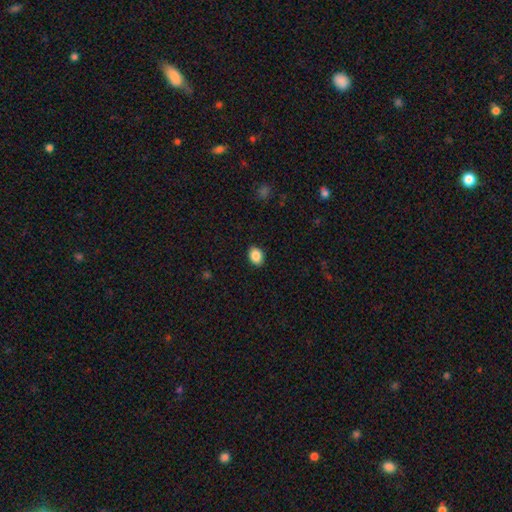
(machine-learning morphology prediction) Smooth or featured?
  - smooth: 88% *
  - star or artifact: 8%
  - featured or disk: 4%
How rounded?
  - in between: 68% *
  - round: 32%
  - cigar-shaped: 1%
Merging?
  - none: 90% *
  - minor disturbance: 7%
  - major disturbance: 2%
  - merger: 1%